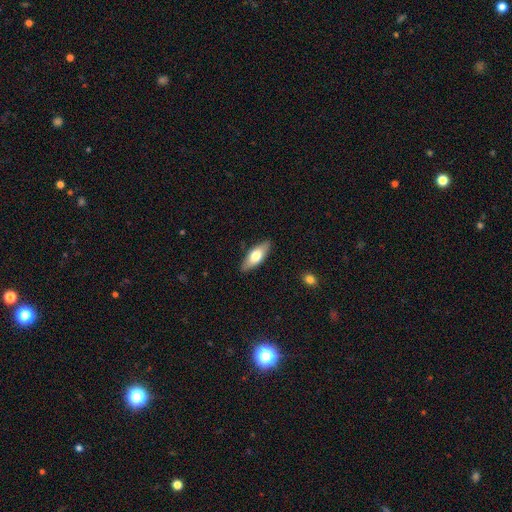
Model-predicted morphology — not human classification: A smooth galaxy with no disk features (66%) that is in between round and cigar-shaped (74%). Merging: none (88%).